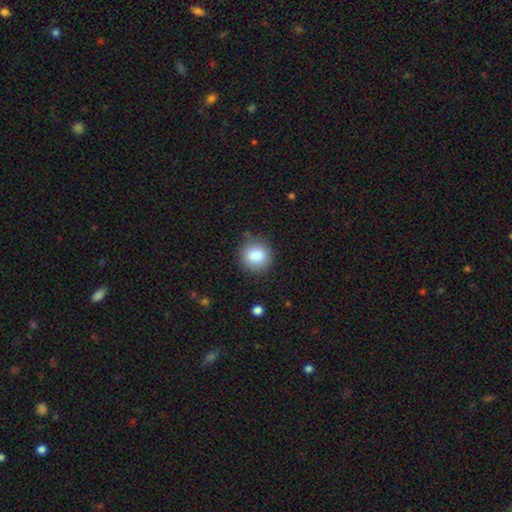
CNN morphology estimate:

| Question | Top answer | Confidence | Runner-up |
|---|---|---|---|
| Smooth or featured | smooth | 86% | star or artifact (9%) |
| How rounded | round | 87% | in between (12%) |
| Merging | none | 84% | minor disturbance (11%) |